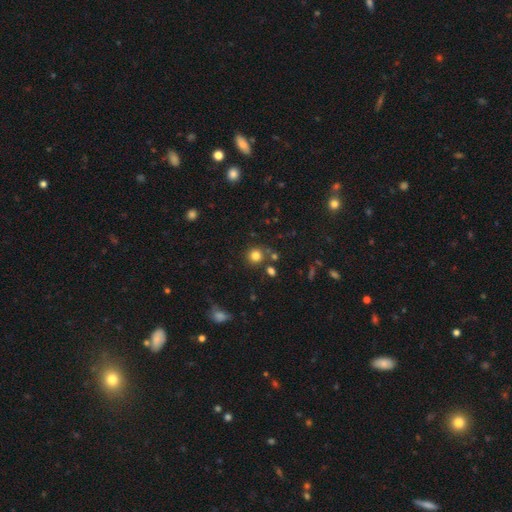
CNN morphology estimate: Smooth or featured? Predicted: smooth (p=0.80). How rounded? Predicted: round (p=0.91). Merging? Predicted: none (p=0.78).